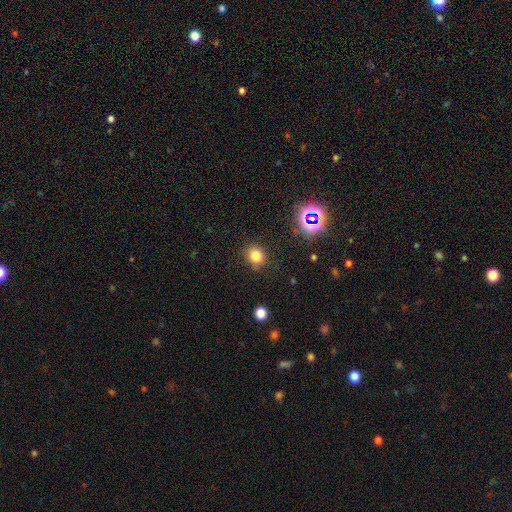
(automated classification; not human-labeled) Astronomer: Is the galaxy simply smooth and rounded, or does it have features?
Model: smooth — 77%.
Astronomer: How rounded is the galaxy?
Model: round — 69%.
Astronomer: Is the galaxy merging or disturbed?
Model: none — 81%.